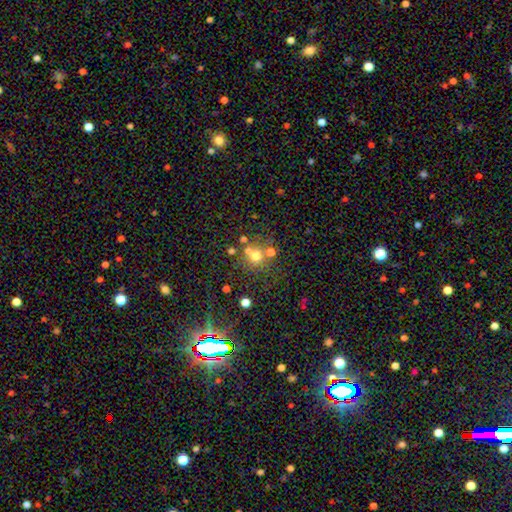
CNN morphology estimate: This is likely a smooth galaxy (64%). How rounded: clearly round (88%). Merging: likely none (61%).